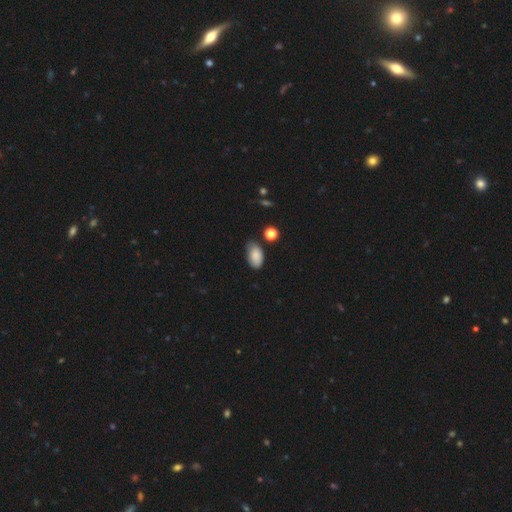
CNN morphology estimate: type=smooth (85%); roundness=in between (93%); merging=none (61%).